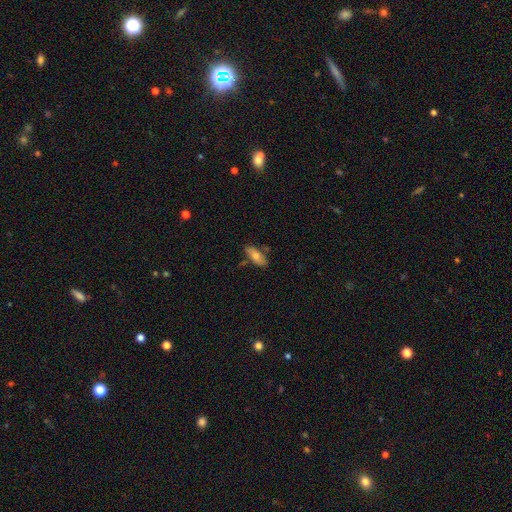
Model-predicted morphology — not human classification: Smooth or featured? smooth (69%)
How rounded? in between (78%)
Merging? none (73%)